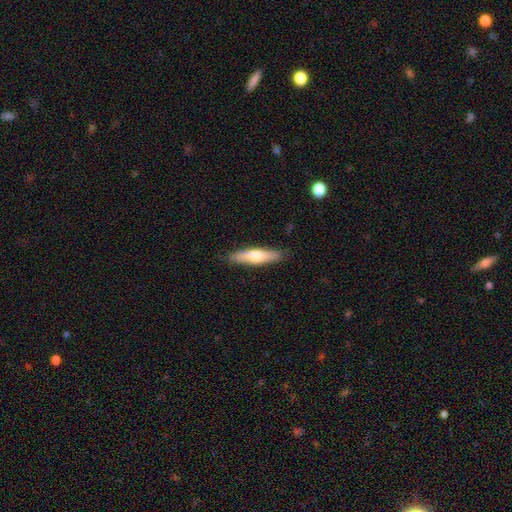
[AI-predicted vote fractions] Smooth or featured?
  - smooth: 61% *
  - featured or disk: 34%
  - star or artifact: 5%
How rounded?
  - cigar-shaped: 74% *
  - in between: 24%
  - round: 2%
Merging?
  - none: 87% *
  - minor disturbance: 10%
  - major disturbance: 2%
  - merger: 1%